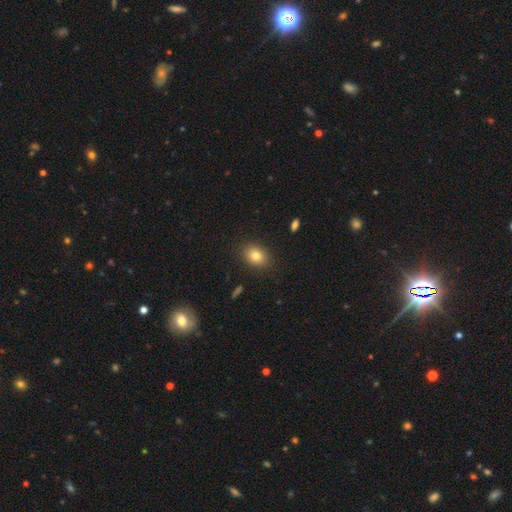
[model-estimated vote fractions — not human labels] Smooth or featured: smooth — 81% (star or artifact — 10%)
How rounded: in between — 60% (round — 39%)
Merging: none — 87% (minor disturbance — 9%)